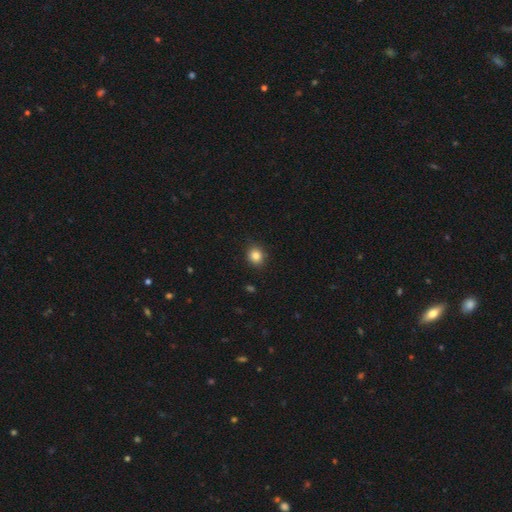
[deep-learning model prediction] Smooth or featured? smooth (84%)
How rounded? round (80%)
Merging? none (89%)